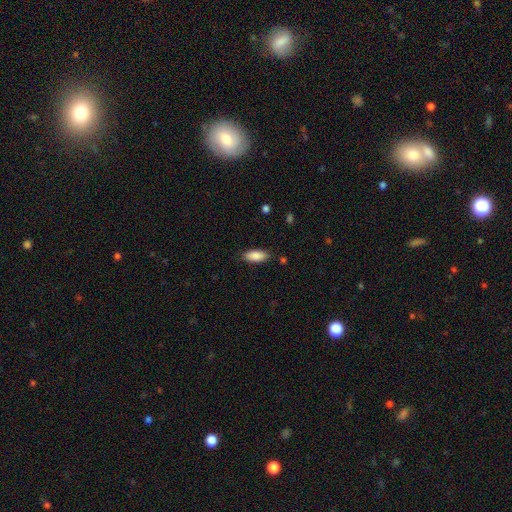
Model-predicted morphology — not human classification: Smooth or featured: smooth — 87% (featured or disk — 7%)
How rounded: in between — 81% (cigar-shaped — 17%)
Merging: none — 85% (minor disturbance — 11%)